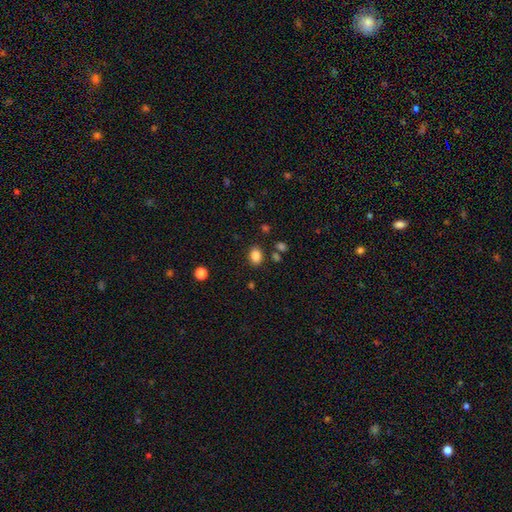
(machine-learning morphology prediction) The model was most divided on "how rounded": in between: 66%, round: 33%, cigar-shaped: 1%. More confident: smooth or featured — smooth (85%); merging — none (83%).